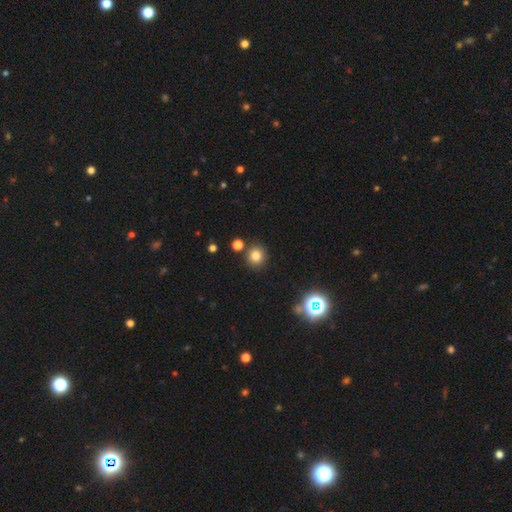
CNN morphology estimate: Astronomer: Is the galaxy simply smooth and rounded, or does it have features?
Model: smooth — 80%.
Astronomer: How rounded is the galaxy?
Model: round — 89%.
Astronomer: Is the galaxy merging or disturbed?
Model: none — 84%.